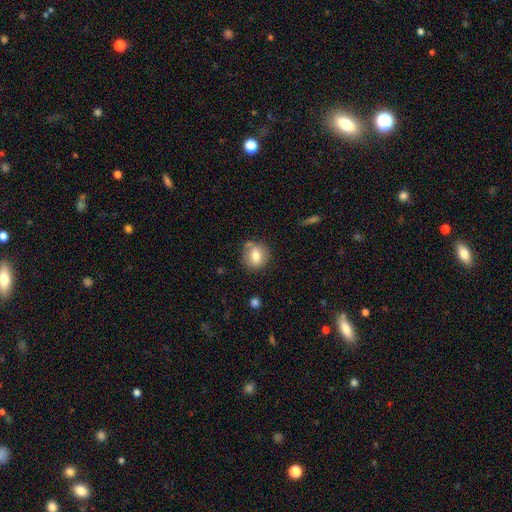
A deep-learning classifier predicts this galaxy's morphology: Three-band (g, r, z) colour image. It shows a smooth galaxy with no disk features (74%) that is round (75%). Merging: none (75%).